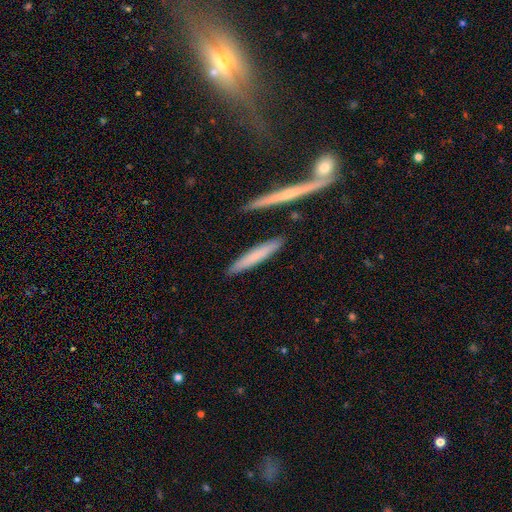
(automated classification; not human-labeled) This appears to be a smooth galaxy with no disk features (68%) that is cigar-shaped (92%). Merging: none (85%).